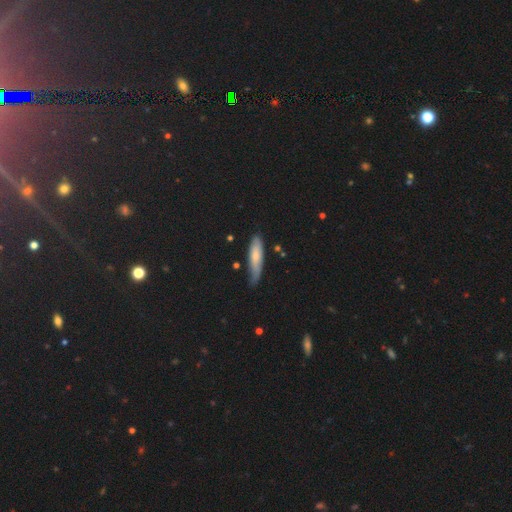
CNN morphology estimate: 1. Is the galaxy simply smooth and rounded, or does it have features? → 65% smooth, 29% featured or disk, 6% star or artifact.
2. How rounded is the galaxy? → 66% cigar-shaped, 33% in between, 2% round.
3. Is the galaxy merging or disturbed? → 60% none, 31% minor disturbance, 6% major disturbance, 3% merger.